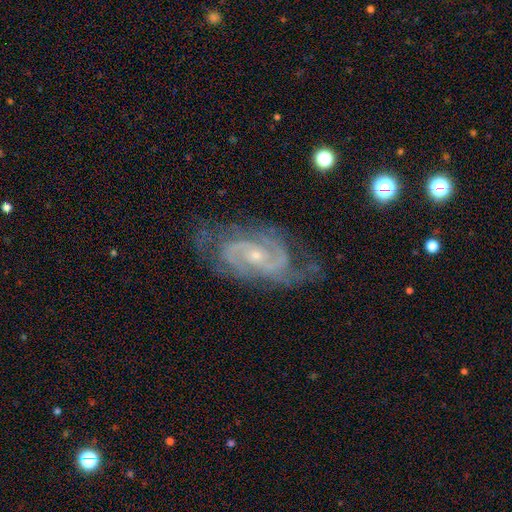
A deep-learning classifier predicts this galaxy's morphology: Q: Smooth or featured?
A: featured or disk (90%); runner-up: star or artifact (5%)
Q: Edge-on disk?
A: no (97%); runner-up: yes (3%)
Q: Bar?
A: no (57%); runner-up: weak (34%)
Q: Spiral arms?
A: yes (98%); runner-up: no (2%)
Q: Spiral winding?
A: tight (51%); runner-up: medium (42%)
Q: Spiral arm count?
A: 2 (62%); runner-up: 3 (15%)
Q: Bulge size?
A: small (71%); runner-up: moderate (25%)
Q: Merging?
A: none (65%); runner-up: minor disturbance (23%)